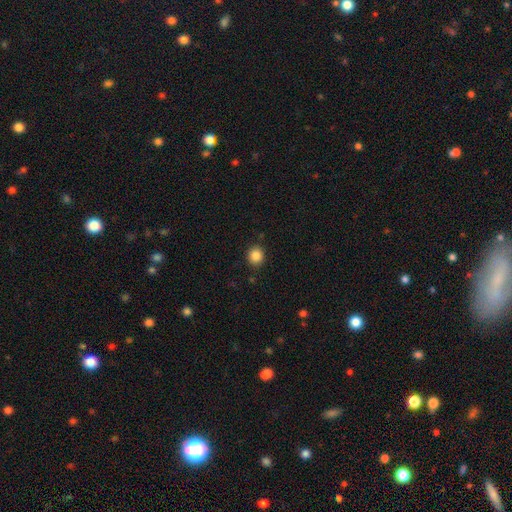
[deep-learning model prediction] A smooth galaxy with no disk features (86%) that is round (87%). Merging: none (90%).